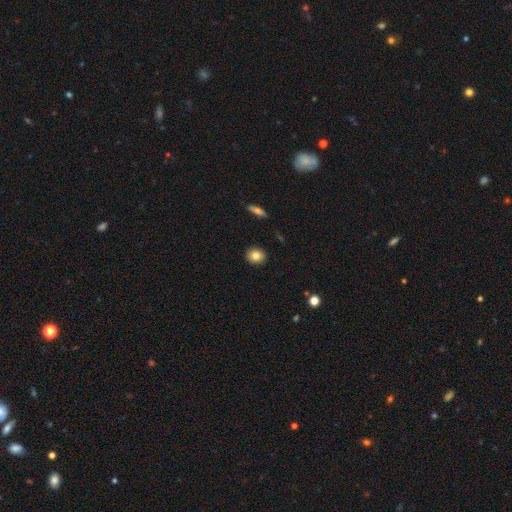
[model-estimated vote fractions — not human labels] Smooth or featured? Predicted: smooth (p=0.84). How rounded? Predicted: round (p=0.67). Merging? Predicted: none (p=0.91).